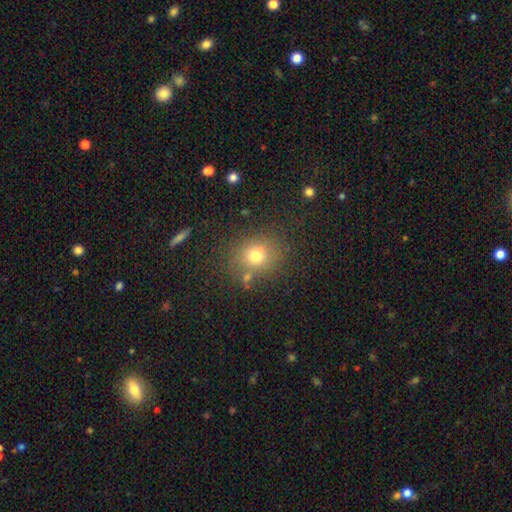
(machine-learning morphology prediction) This is likely a smooth galaxy (71%). How rounded: likely round (76%). Merging: likely none (73%).